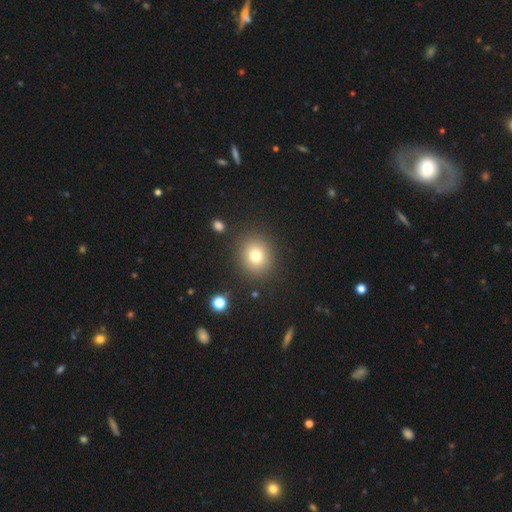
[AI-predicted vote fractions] smooth 76%, star or artifact 14%, featured or disk 10%. Down the decision tree: how rounded — round (81%); merging — none (88%).